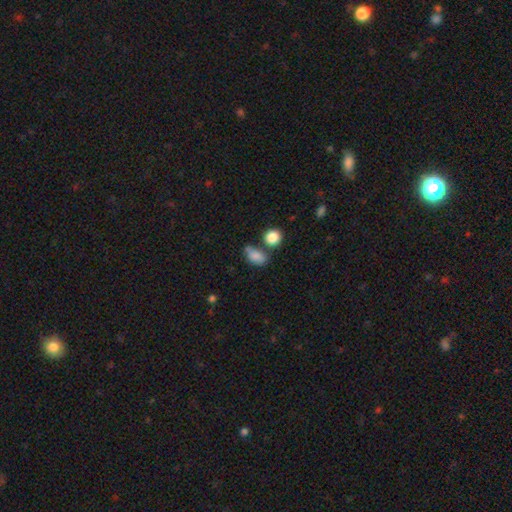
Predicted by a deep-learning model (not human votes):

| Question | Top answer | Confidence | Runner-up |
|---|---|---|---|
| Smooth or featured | smooth | 81% | star or artifact (10%) |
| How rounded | in between | 81% | round (15%) |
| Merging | none | 48% | minor disturbance (25%) |